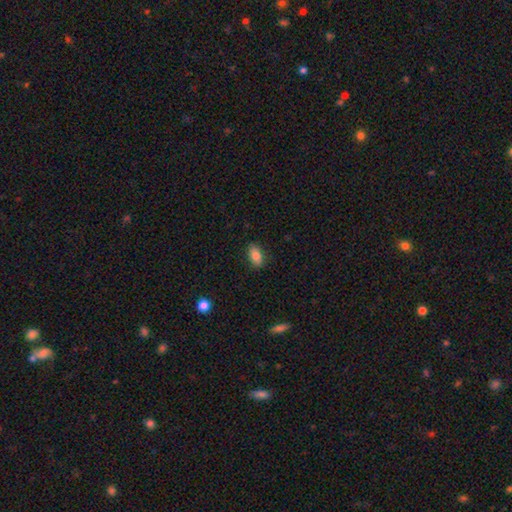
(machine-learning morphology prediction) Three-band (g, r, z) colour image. It shows a smooth galaxy with no disk features (80%) that is in between round and cigar-shaped (88%). Merging: none (85%).